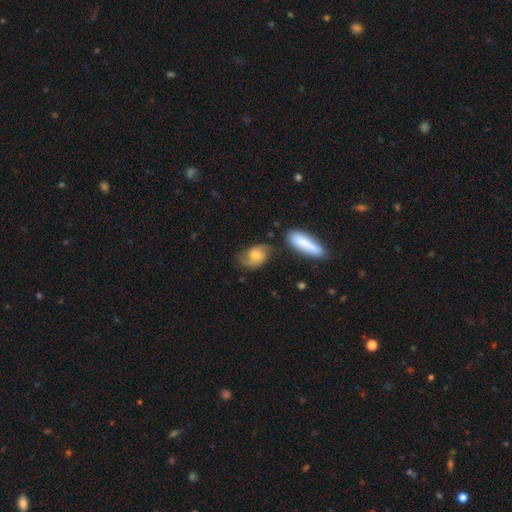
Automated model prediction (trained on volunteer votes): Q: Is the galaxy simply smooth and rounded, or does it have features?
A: featured or disk — 53%.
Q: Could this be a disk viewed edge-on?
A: no — 94%.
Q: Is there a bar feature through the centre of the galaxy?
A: no — 70%.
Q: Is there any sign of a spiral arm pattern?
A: yes — 88%.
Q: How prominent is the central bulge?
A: moderate — 62%.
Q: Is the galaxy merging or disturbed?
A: none — 62%.